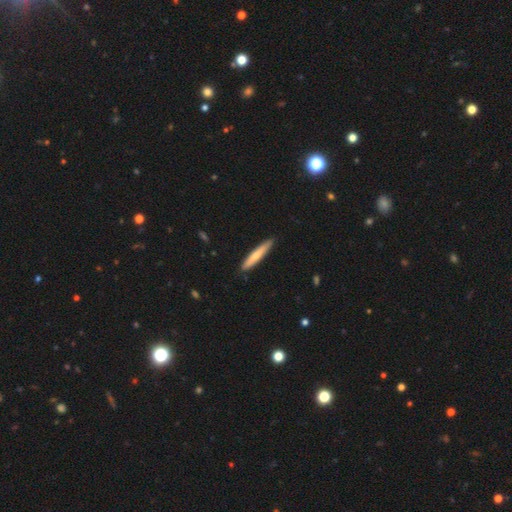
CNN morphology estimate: Q: Smooth or featured?
A: smooth (64%); runner-up: featured or disk (31%)
Q: How rounded?
A: cigar-shaped (93%); runner-up: in between (6%)
Q: Merging?
A: none (88%); runner-up: minor disturbance (10%)